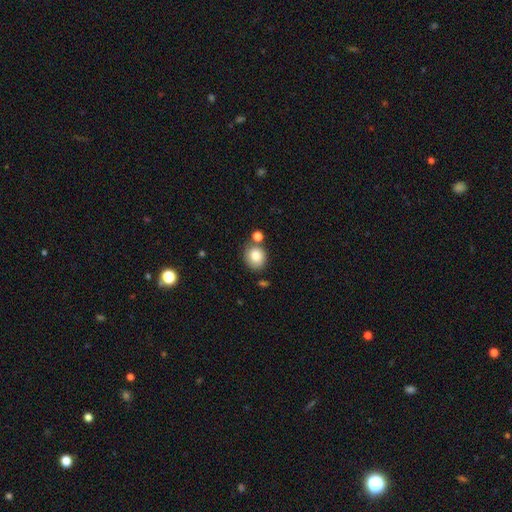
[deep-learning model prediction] Q: Smooth or featured?
A: smooth (81%); runner-up: featured or disk (9%)
Q: How rounded?
A: round (76%); runner-up: in between (24%)
Q: Merging?
A: none (68%); runner-up: merger (15%)